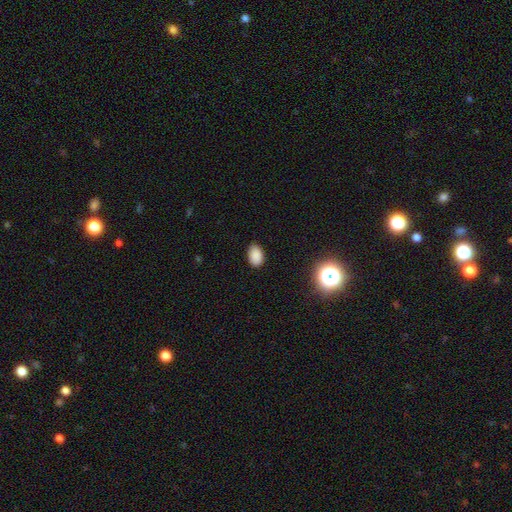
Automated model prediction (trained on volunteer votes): smooth-or-featured: smooth: 85% | star or artifact: 11% | featured or disk: 4%
  how-rounded: in between: 86% | round: 13% | cigar-shaped: 1%
  merging: none: 85% | minor disturbance: 12% | major disturbance: 3% | merger: 1%